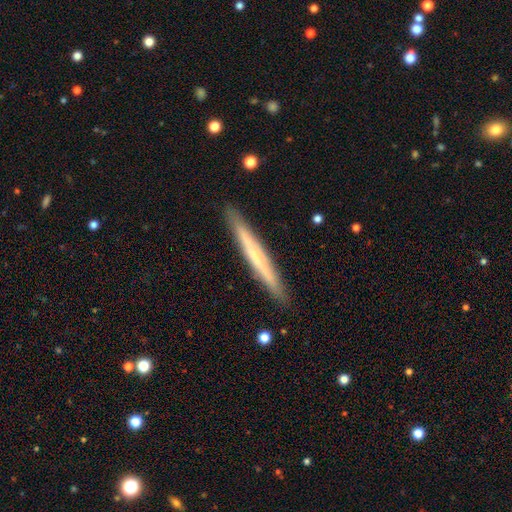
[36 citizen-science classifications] Volunteers were most divided on "smooth or featured": smooth: 61%, featured or disk: 36%, star or artifact: 3%. More confident: merging — none (97%); how rounded — cigar-shaped (95%).